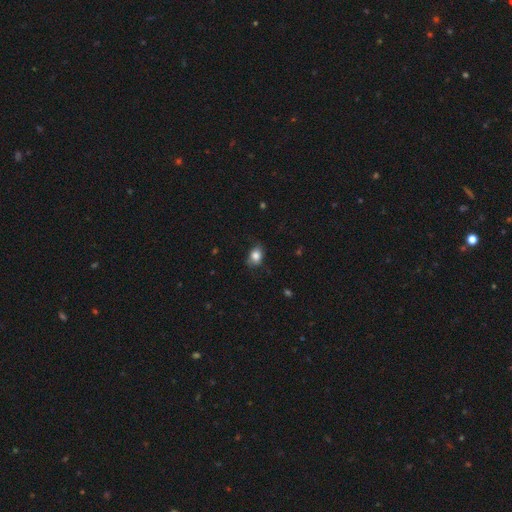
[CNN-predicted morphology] Smooth or featured? Predicted: smooth (p=0.82). How rounded? Predicted: in between (p=0.61). Merging? Predicted: none (p=0.68).